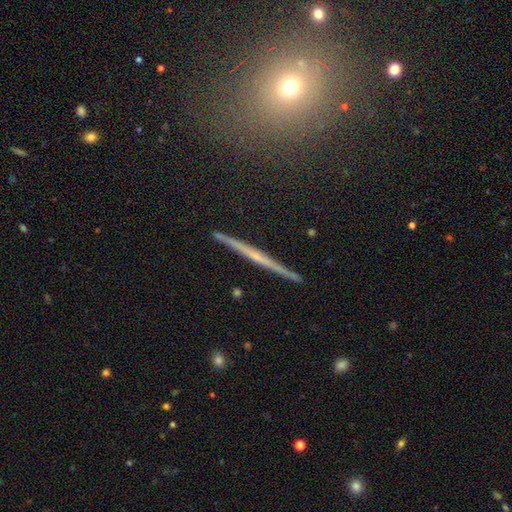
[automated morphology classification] This is likely a featured or disk galaxy (69%). It is clearly viewed edge-on (98%). Edge-on bulge: likely none (62%). Merging: clearly none (91%).